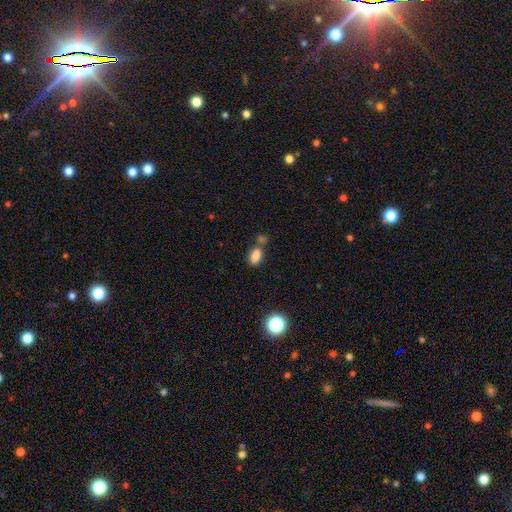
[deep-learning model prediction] smooth 83%, star or artifact 12%, featured or disk 6%. Down the decision tree: how rounded — in between (87%); merging — none (53%).